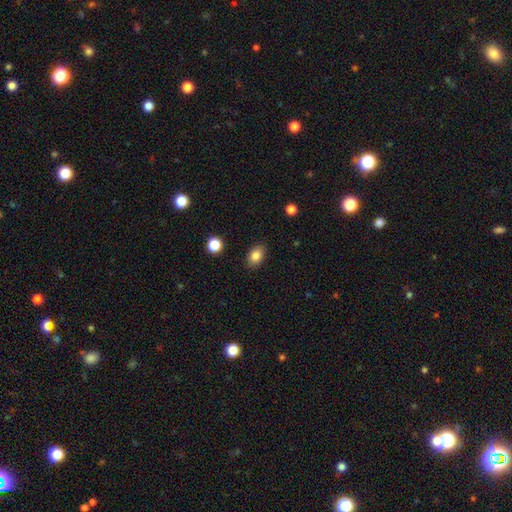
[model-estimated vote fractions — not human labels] smooth-or-featured: smooth: 84% | star or artifact: 9% | featured or disk: 7%
  how-rounded: in between: 82% | round: 16% | cigar-shaped: 1%
  merging: none: 87% | minor disturbance: 9% | major disturbance: 2% | merger: 1%